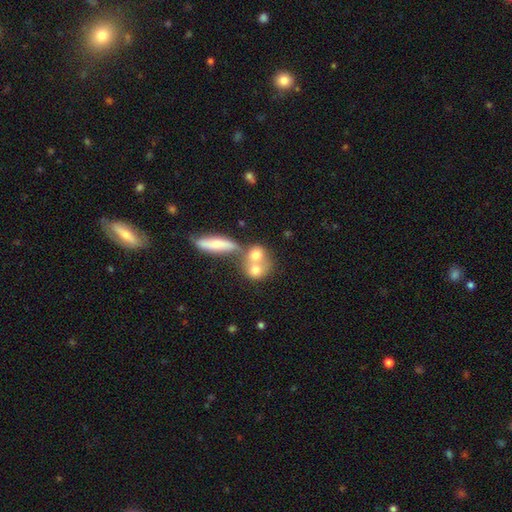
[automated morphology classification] type=smooth (70%); roundness=round (65%); merging=merger (59%).